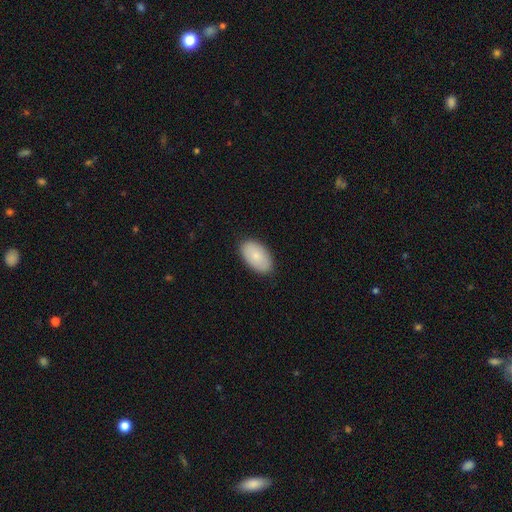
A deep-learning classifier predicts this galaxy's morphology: smooth 83%, featured or disk 11%, star or artifact 6%. Down the decision tree: how rounded — in between (95%); merging — none (87%).